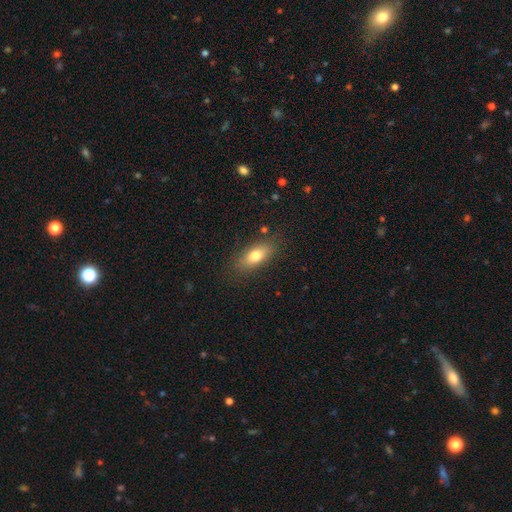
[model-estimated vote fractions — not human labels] A smooth galaxy with no disk features (74%) that is in between round and cigar-shaped (78%).

Vote fractions:
- Smooth or featured? smooth: 74% / featured or disk: 18% / star or artifact: 8%
- How rounded? in between: 78% / cigar-shaped: 15% / round: 6%
- Merging? none: 82% / minor disturbance: 13% / major disturbance: 4% / merger: 2%